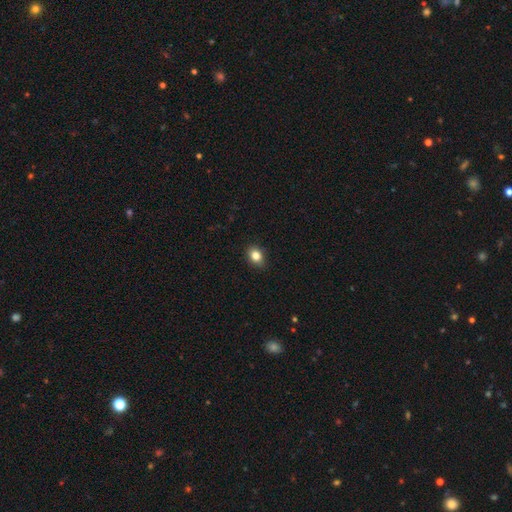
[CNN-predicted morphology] Q: Smooth or featured?
A: smooth (83%); runner-up: star or artifact (10%)
Q: How rounded?
A: in between (63%); runner-up: round (36%)
Q: Merging?
A: none (87%); runner-up: minor disturbance (10%)